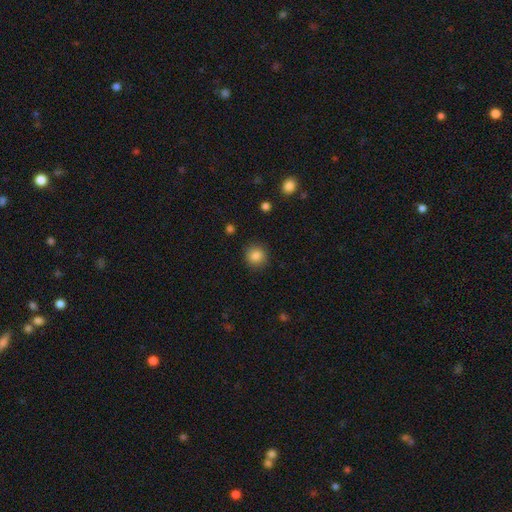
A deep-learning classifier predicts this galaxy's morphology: Smooth or featured: smooth — 86% (star or artifact — 10%)
How rounded: round — 91% (in between — 8%)
Merging: none — 89% (minor disturbance — 7%)